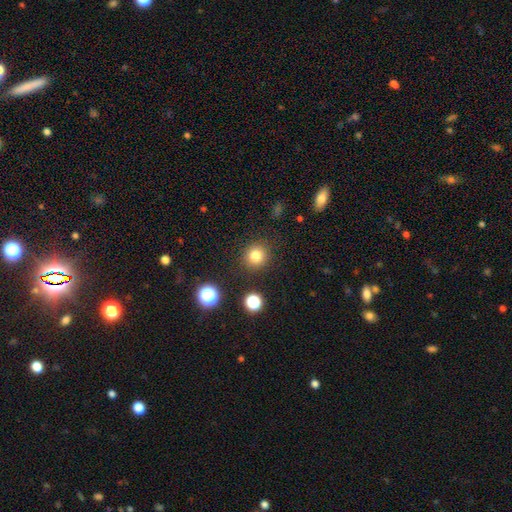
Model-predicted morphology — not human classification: type=smooth (80%); roundness=round (92%); merging=none (89%).